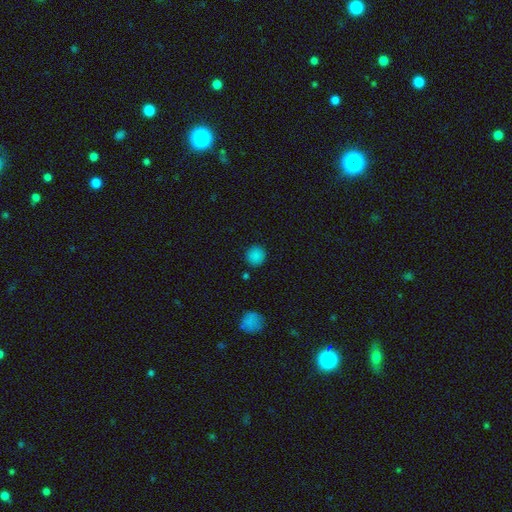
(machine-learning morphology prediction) smooth-or-featured: smooth: 84% | star or artifact: 12% | featured or disk: 3%
  how-rounded: round: 92% | in between: 7% | cigar-shaped: 1%
  merging: none: 88% | minor disturbance: 7% | merger: 3% | major disturbance: 2%